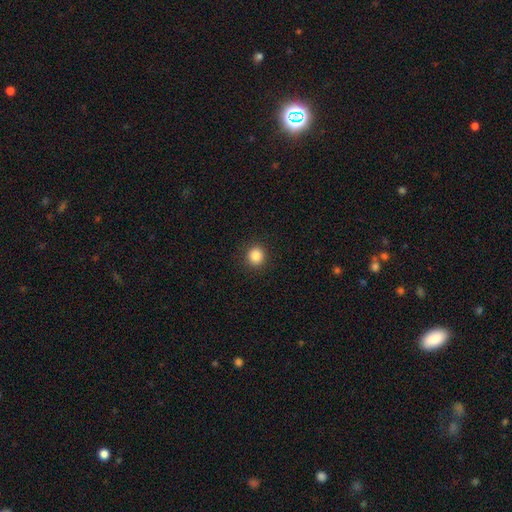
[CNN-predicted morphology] type=smooth (85%); roundness=round (92%); merging=none (92%).